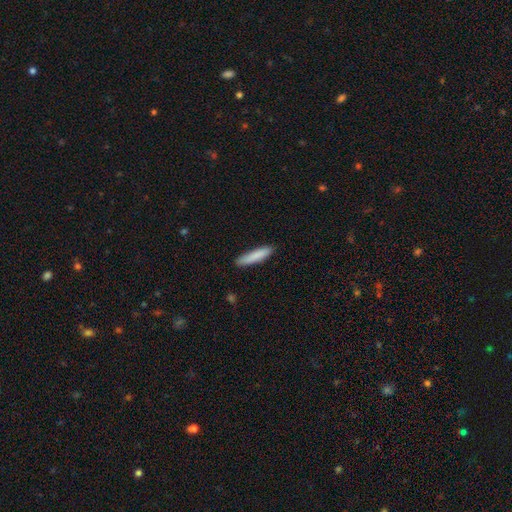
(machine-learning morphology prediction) A smooth galaxy with no disk features (85%) that is cigar-shaped (85%). Merging: none (86%).